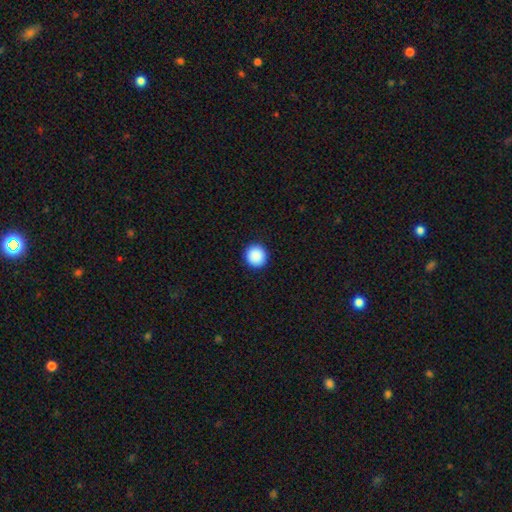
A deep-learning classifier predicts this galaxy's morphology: A smooth galaxy with no disk features (90%) that is round (95%).

Vote fractions:
- Smooth or featured? smooth: 90% / star or artifact: 8% / featured or disk: 2%
- How rounded? round: 95% / in between: 4% / cigar-shaped: 1%
- Merging? none: 93% / minor disturbance: 4% / major disturbance: 2% / merger: 1%